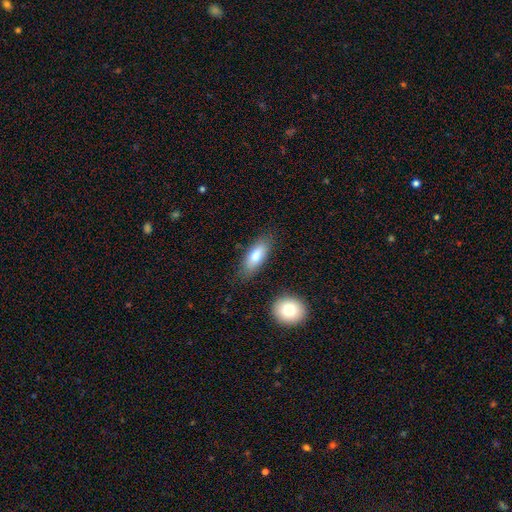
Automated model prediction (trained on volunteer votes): smooth_or_featured: smooth (p=0.79) [alt: featured or disk p=0.15]
how_rounded: in between (p=0.74) [alt: cigar-shaped p=0.24]
merging: none (p=0.79) [alt: minor disturbance p=0.14]